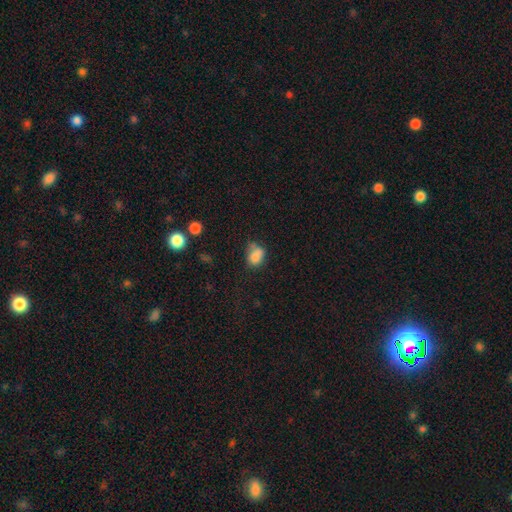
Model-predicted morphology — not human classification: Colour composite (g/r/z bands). It shows a smooth galaxy with no disk features (77%) that is in between round and cigar-shaped (63%). Merging: none (41%).